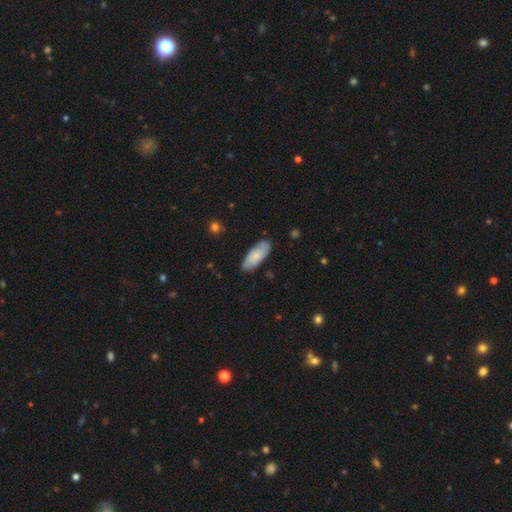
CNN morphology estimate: smooth 76%, featured or disk 18%, star or artifact 6%. Down the decision tree: how rounded — in between (81%); merging — none (83%).